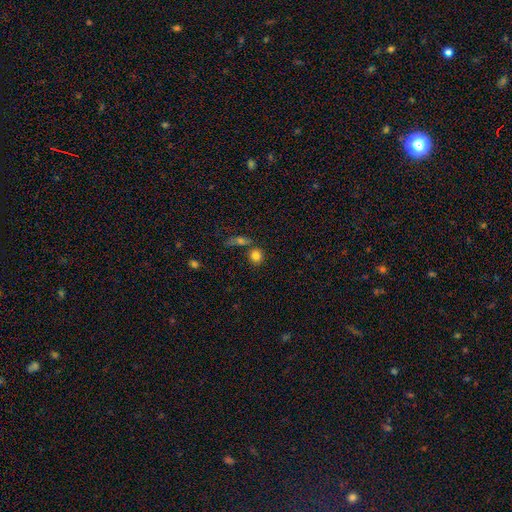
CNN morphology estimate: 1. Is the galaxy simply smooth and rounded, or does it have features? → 83% smooth, 11% star or artifact, 7% featured or disk.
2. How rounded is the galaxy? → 81% round, 17% in between, 1% cigar-shaped.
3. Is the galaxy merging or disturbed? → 68% none, 17% merger, 11% minor disturbance, 4% major disturbance.